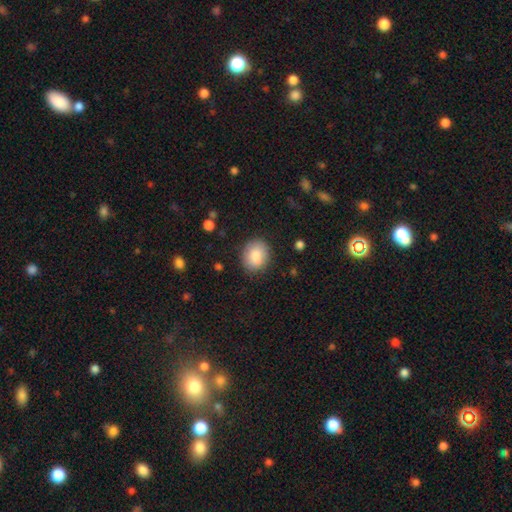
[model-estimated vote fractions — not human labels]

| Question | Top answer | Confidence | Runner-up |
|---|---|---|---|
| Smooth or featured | smooth | 86% | star or artifact (7%) |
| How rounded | round | 59% | in between (40%) |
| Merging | none | 83% | minor disturbance (12%) |